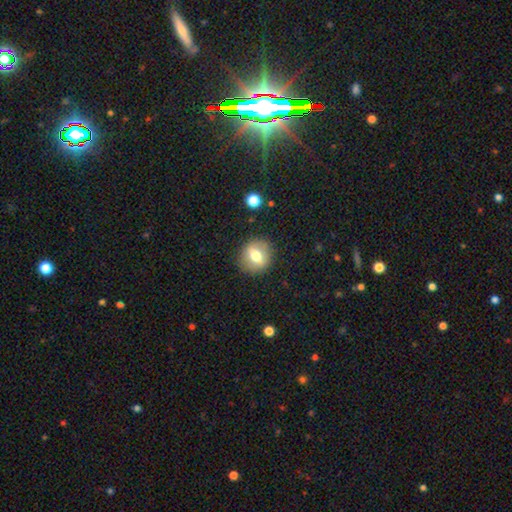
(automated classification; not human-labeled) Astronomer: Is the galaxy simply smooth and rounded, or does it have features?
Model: smooth — 58% (runner-up: featured or disk, 33%).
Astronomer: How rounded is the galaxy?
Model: round — 79%.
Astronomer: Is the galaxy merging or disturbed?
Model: none — 87%.